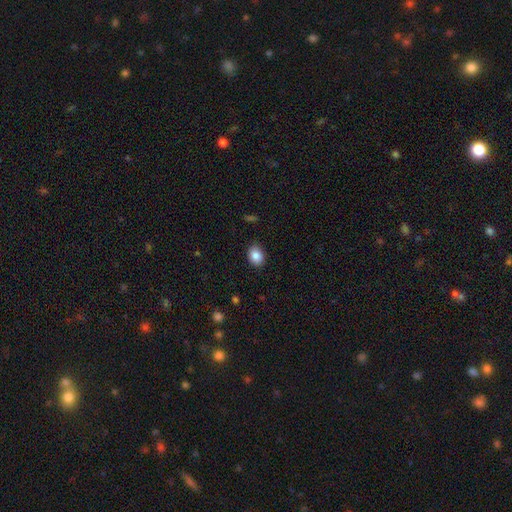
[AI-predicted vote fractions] smooth-or-featured: smooth: 87% | star or artifact: 8% | featured or disk: 5%
  how-rounded: in between: 68% | round: 32% | cigar-shaped: 1%
  merging: none: 87% | minor disturbance: 10% | major disturbance: 2% | merger: 1%